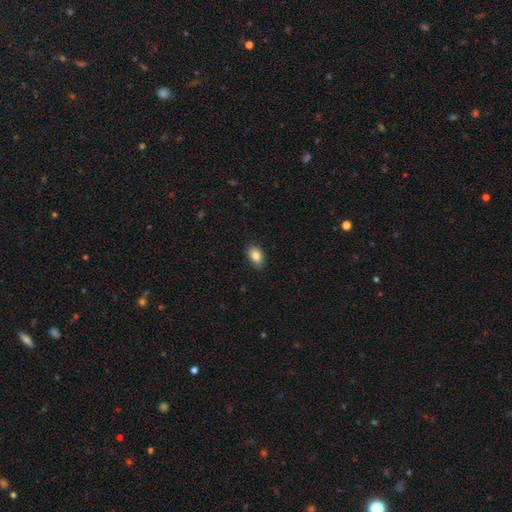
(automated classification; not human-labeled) smooth-or-featured: smooth: 86% | star or artifact: 8% | featured or disk: 6%
  how-rounded: in between: 85% | round: 14% | cigar-shaped: 1%
  merging: none: 85% | minor disturbance: 12% | major disturbance: 2% | merger: 1%